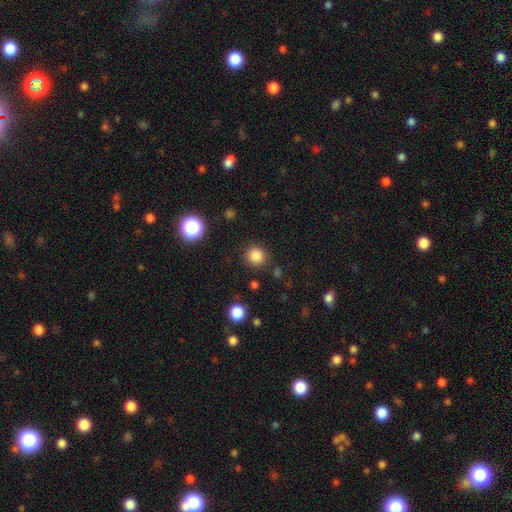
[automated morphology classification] Overall: smooth (84%). How rounded: round (91%). Merging: none (87%).